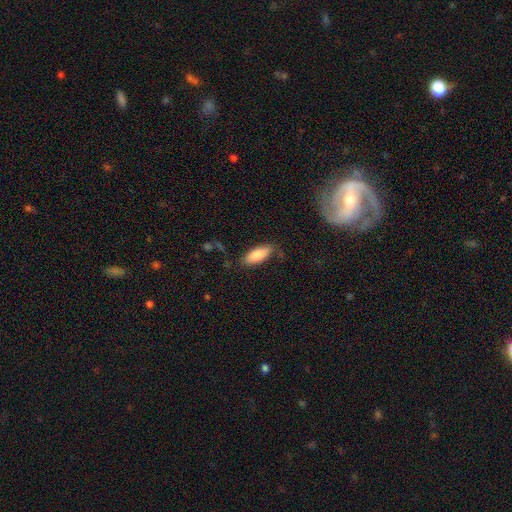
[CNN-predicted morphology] Q: Smooth or featured?
A: smooth (82%); runner-up: featured or disk (12%)
Q: How rounded?
A: in between (77%); runner-up: cigar-shaped (21%)
Q: Merging?
A: none (72%); runner-up: minor disturbance (20%)